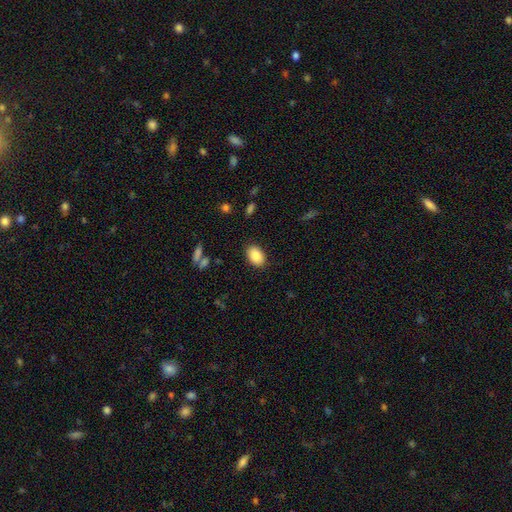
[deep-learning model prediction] Morphology: type=smooth (88%); roundness=in between (87%); merging=none (87%).